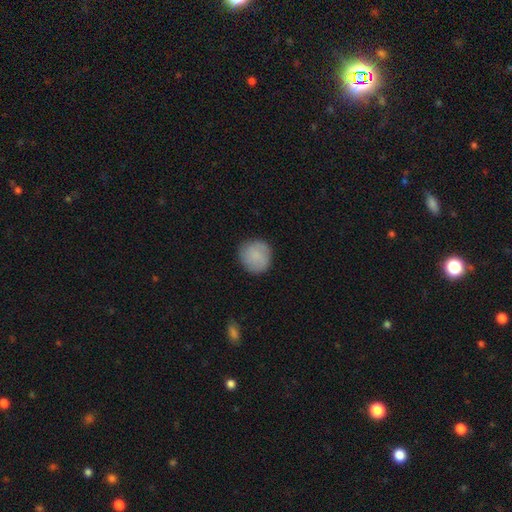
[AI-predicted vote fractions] A smooth galaxy with no disk features (80%) that is round (91%).

Vote fractions:
- Smooth or featured? smooth: 80% / featured or disk: 14% / star or artifact: 7%
- How rounded? round: 91% / in between: 8% / cigar-shaped: 1%
- Merging? none: 84% / minor disturbance: 11% / major disturbance: 3% / merger: 1%